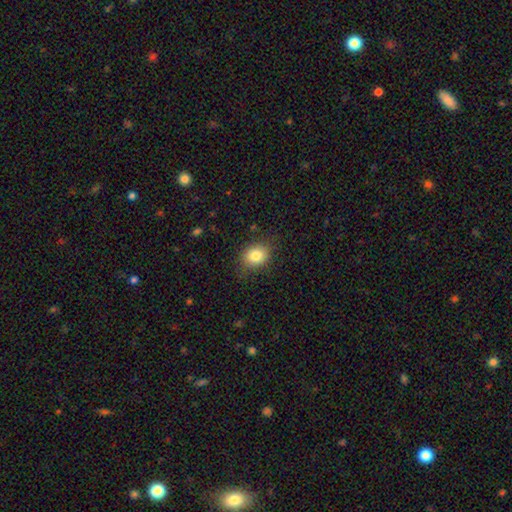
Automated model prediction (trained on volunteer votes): Smooth or featured: smooth — 82% (star or artifact — 10%)
How rounded: round — 51% (in between — 48%)
Merging: none — 80% (minor disturbance — 15%)